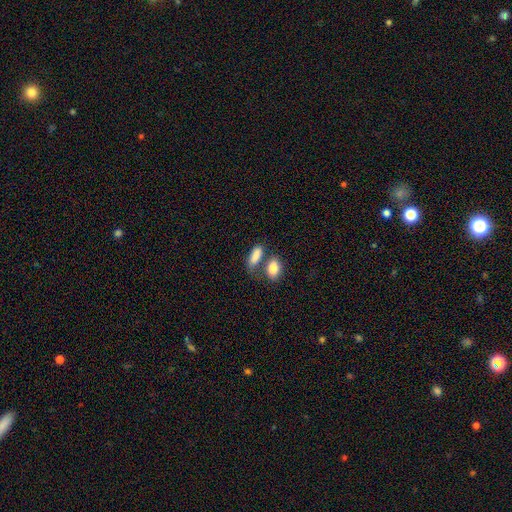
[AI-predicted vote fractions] smooth-or-featured: smooth: 86% | star or artifact: 7% | featured or disk: 7%
  how-rounded: in between: 79% | cigar-shaped: 16% | round: 5%
  merging: none: 49% | merger: 33% | minor disturbance: 13% | major disturbance: 6%